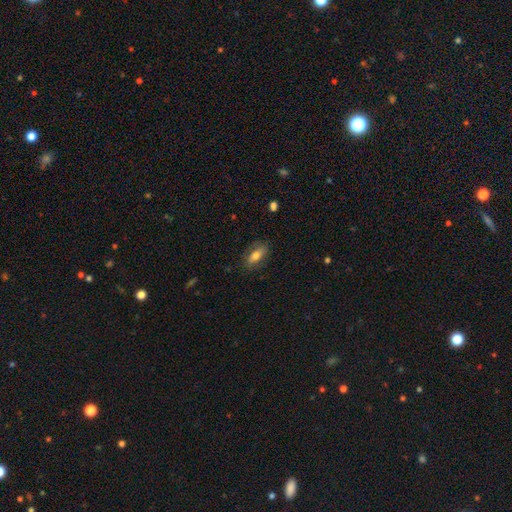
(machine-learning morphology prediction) This is likely a smooth galaxy (67%). How rounded: likely in between (79%). Merging: likely none (79%).